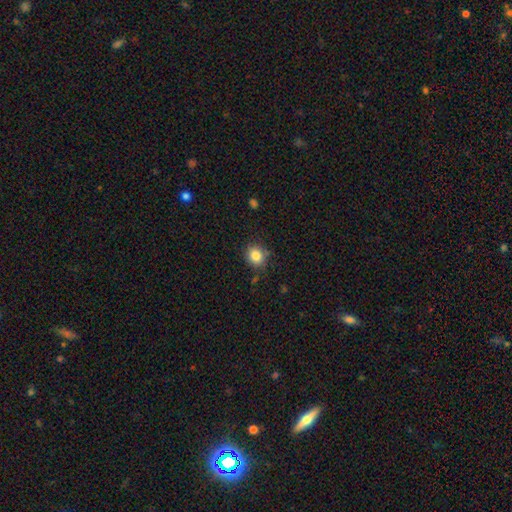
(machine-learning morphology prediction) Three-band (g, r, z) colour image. It shows a smooth galaxy with no disk features (84%) that is round (77%). Merging: none (81%).